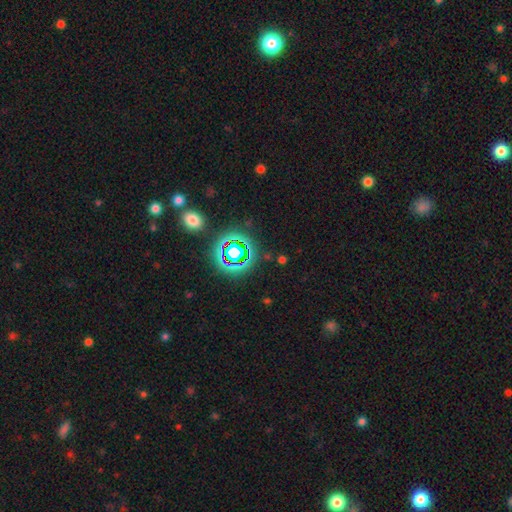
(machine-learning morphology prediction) A star or artifact, not a galaxy (66%).